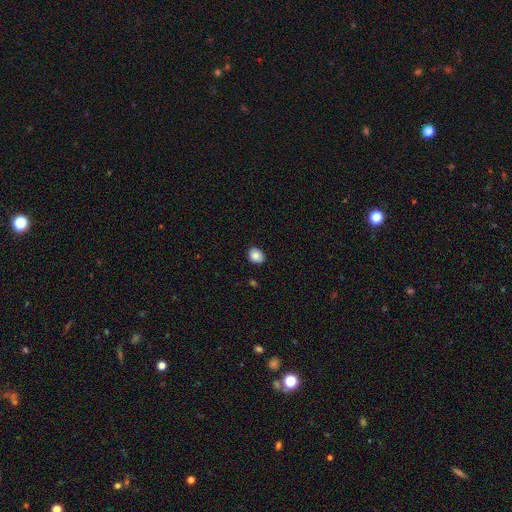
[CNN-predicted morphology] Smooth or featured? smooth (86%)
How rounded? round (56%)
Merging? none (86%)